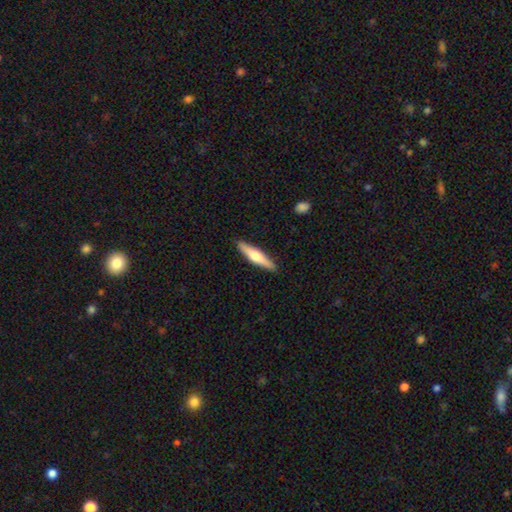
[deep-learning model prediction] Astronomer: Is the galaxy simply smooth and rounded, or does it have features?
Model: featured or disk — 55% (runner-up: smooth, 40%).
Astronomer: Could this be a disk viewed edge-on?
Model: yes — 96%.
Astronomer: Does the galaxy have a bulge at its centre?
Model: rounded — 92%.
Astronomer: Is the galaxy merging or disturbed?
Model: none — 91%.